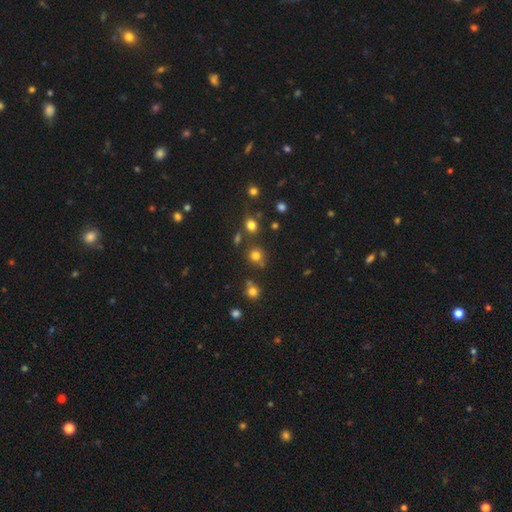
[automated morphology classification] smooth_or_featured: smooth (p=0.73) [alt: star or artifact p=0.20]
how_rounded: round (p=0.88) [alt: in between p=0.11]
merging: none (p=0.75) [alt: merger p=0.11]